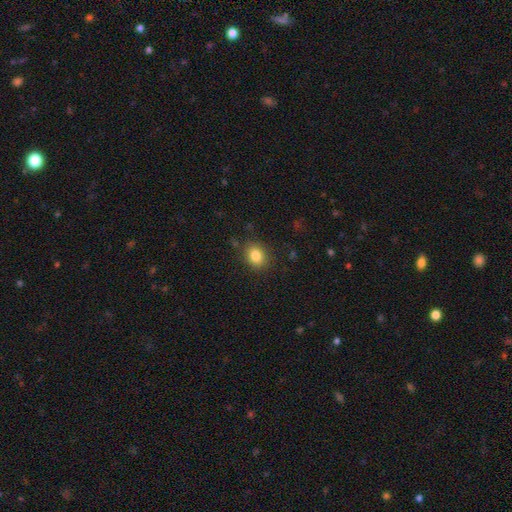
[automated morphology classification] smooth-or-featured: smooth: 83% | star or artifact: 10% | featured or disk: 6%
  how-rounded: round: 61% | in between: 38% | cigar-shaped: 1%
  merging: none: 84% | minor disturbance: 11% | major disturbance: 3% | merger: 2%